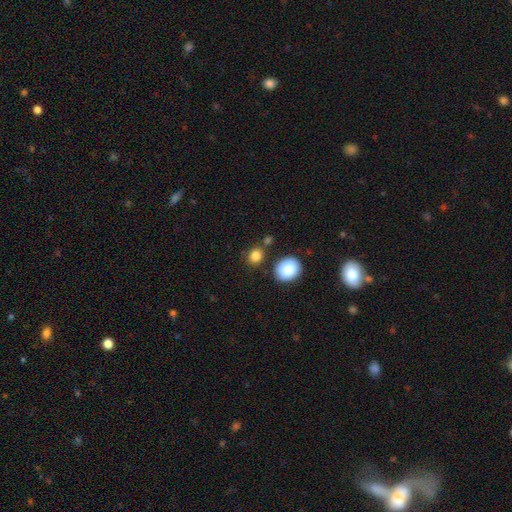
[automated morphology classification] A smooth galaxy with no disk features (85%) that is round (69%). Merging: none (74%).